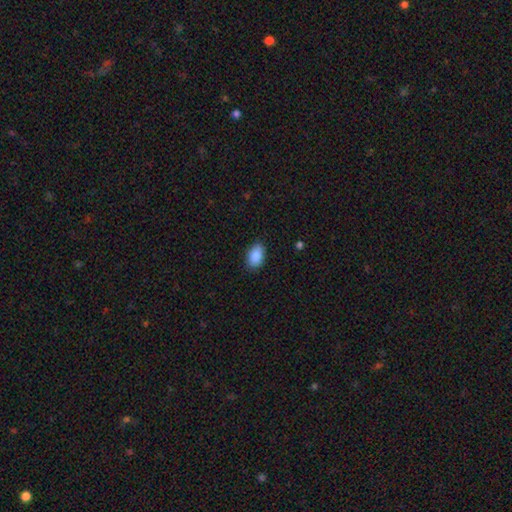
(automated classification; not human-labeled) smooth_or_featured: smooth (p=0.89) [alt: star or artifact p=0.07]
how_rounded: in between (p=0.91) [alt: round p=0.07]
merging: none (p=0.85) [alt: minor disturbance p=0.11]